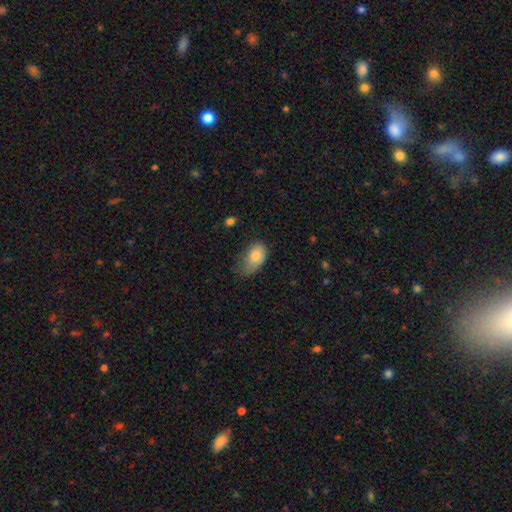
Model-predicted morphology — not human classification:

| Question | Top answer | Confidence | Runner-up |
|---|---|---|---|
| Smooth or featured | smooth | 79% | featured or disk (14%) |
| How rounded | in between | 90% | round (8%) |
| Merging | minor disturbance | 44% | none (31%) |